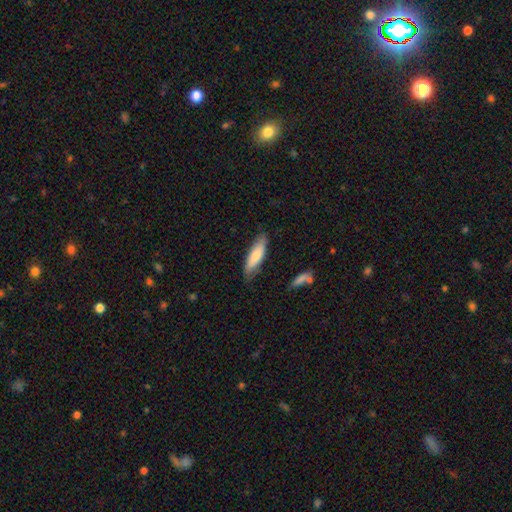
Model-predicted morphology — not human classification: type=smooth (77%); roundness=cigar-shaped (59%); merging=none (75%).